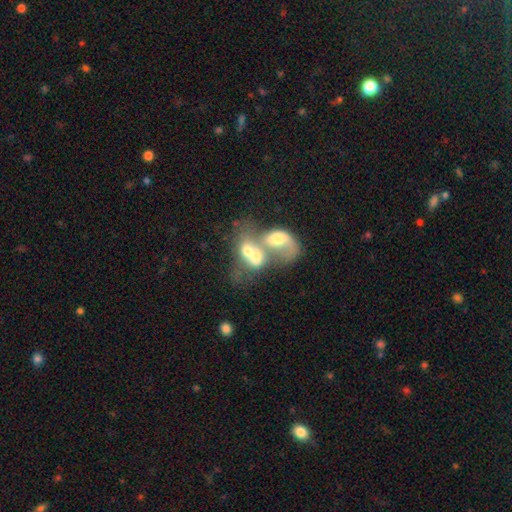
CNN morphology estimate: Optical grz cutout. It shows a smooth galaxy with no disk features (46%). Merging: merger (80%).